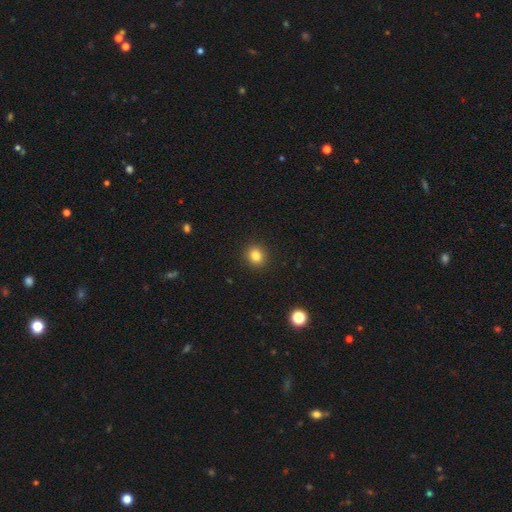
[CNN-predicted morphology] smooth-or-featured: smooth: 84% | star or artifact: 11% | featured or disk: 5%
  how-rounded: round: 78% | in between: 21% | cigar-shaped: 1%
  merging: none: 91% | minor disturbance: 6% | major disturbance: 2% | merger: 1%